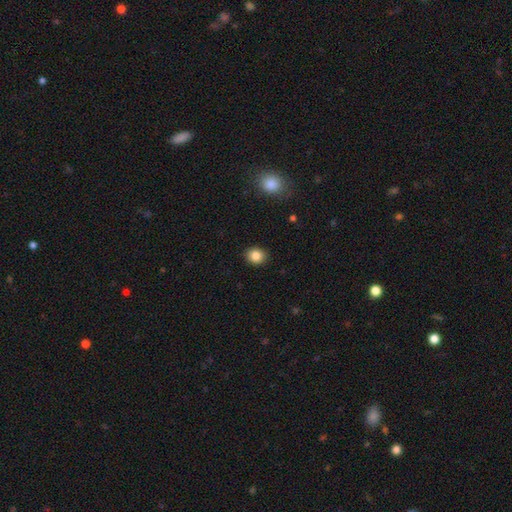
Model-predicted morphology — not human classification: A smooth galaxy with no disk features (85%) that is round (66%).

Vote fractions:
- Smooth or featured? smooth: 85% / star or artifact: 10% / featured or disk: 5%
- How rounded? round: 66% / in between: 33% / cigar-shaped: 1%
- Merging? none: 90% / minor disturbance: 7% / major disturbance: 2% / merger: 1%